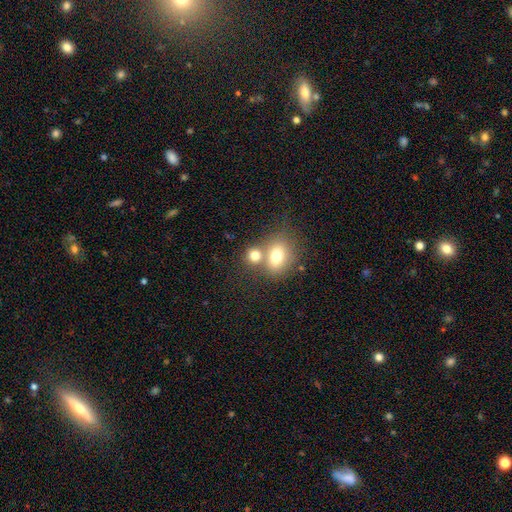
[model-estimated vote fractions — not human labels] Smooth or featured? Predicted: smooth (p=0.75). How rounded? Predicted: round (p=0.58). Merging? Predicted: merger (p=0.48).